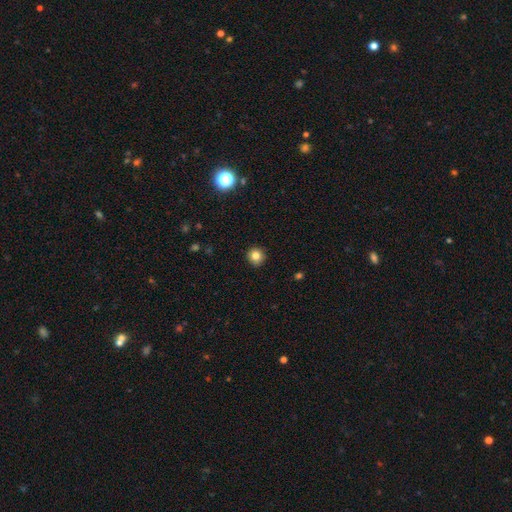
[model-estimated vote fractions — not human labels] smooth 81%, star or artifact 12%, featured or disk 7%. Down the decision tree: how rounded — round (92%); merging — none (90%).